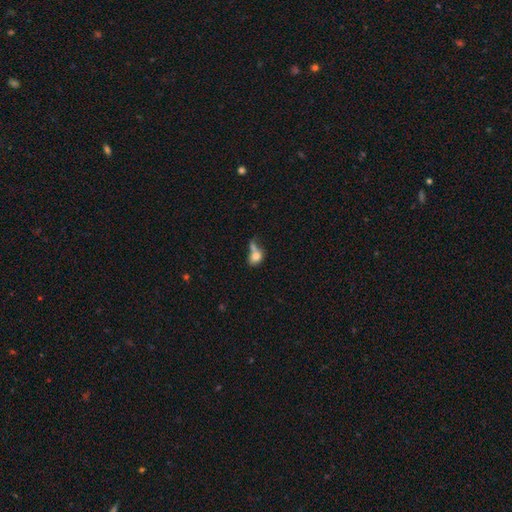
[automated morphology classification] smooth_or_featured: smooth (p=0.76) [alt: featured or disk p=0.15]
how_rounded: in between (p=0.63) [alt: round p=0.34]
merging: merger (p=0.48) [alt: none p=0.25]